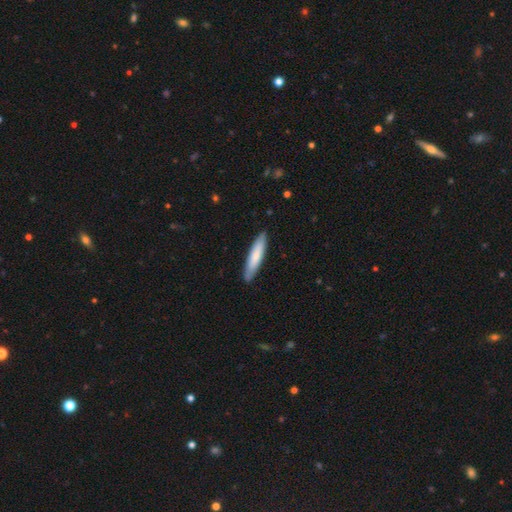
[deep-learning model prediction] This appears to be a smooth galaxy with no disk features (75%) that is cigar-shaped (85%). Merging: none (89%).